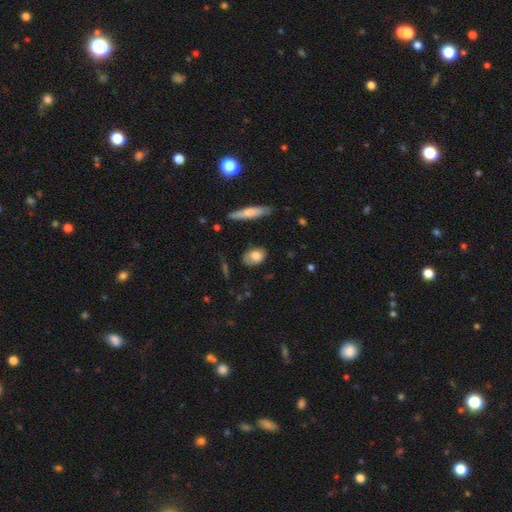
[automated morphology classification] This is likely a smooth galaxy (74%). How rounded: likely in between (71%). Merging: likely none (66%).